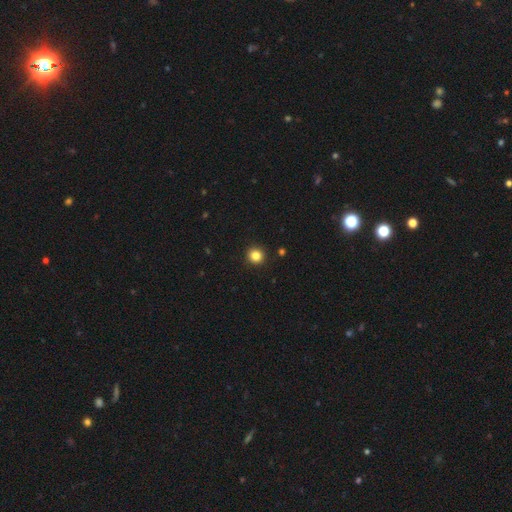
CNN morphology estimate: Smooth or featured: smooth — 84% (star or artifact — 12%)
How rounded: round — 94% (in between — 5%)
Merging: none — 93% (minor disturbance — 4%)